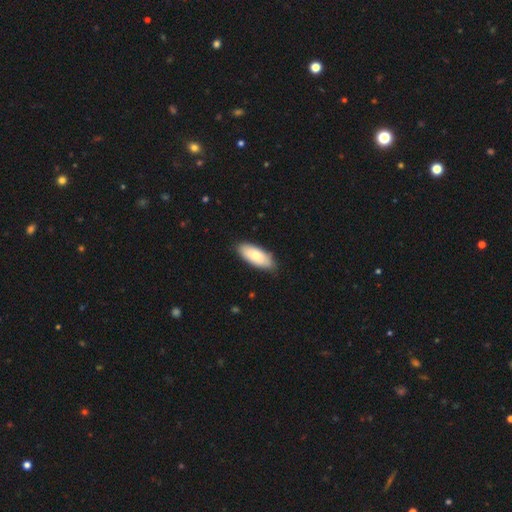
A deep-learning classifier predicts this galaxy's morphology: smooth-or-featured: smooth: 73% | featured or disk: 22% | star or artifact: 5%
  how-rounded: in between: 86% | cigar-shaped: 12% | round: 2%
  merging: none: 86% | minor disturbance: 11% | major disturbance: 2% | merger: 1%